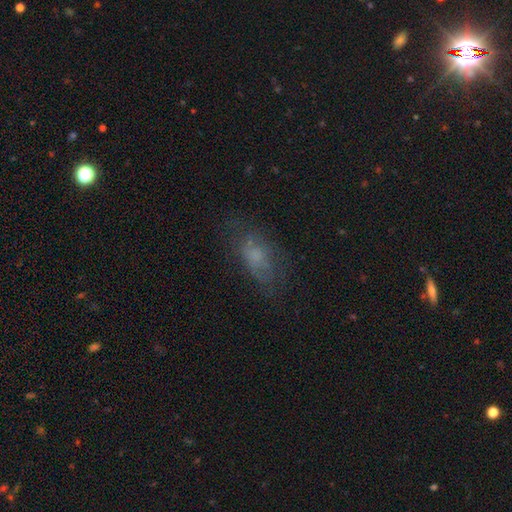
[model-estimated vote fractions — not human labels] Smooth or featured? Predicted: smooth (p=0.56). How rounded? Predicted: in between (p=0.83). Merging? Predicted: none (p=0.57).